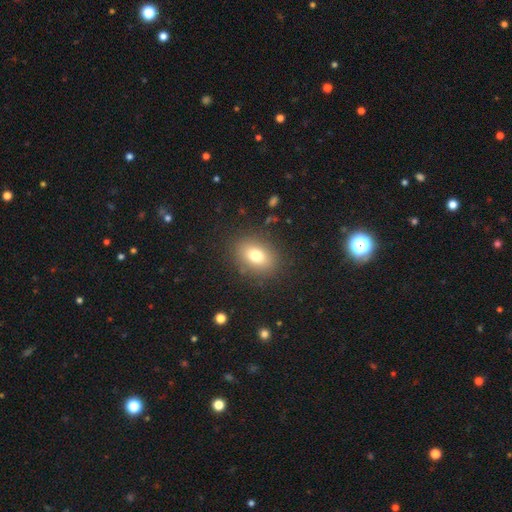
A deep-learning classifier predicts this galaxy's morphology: smooth-or-featured: smooth: 76% | featured or disk: 12% | star or artifact: 12%
  how-rounded: in between: 65% | round: 33% | cigar-shaped: 1%
  merging: none: 86% | minor disturbance: 9% | major disturbance: 4% | merger: 1%